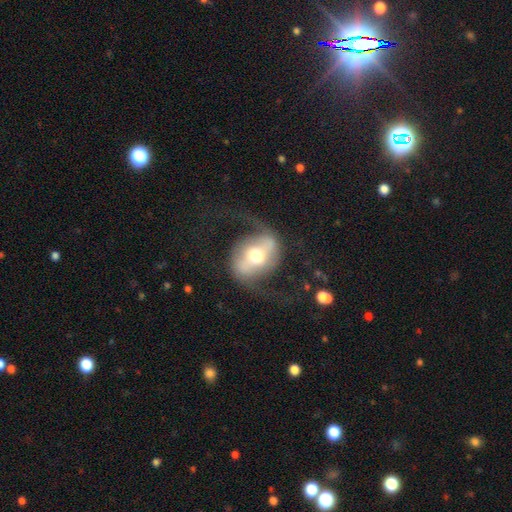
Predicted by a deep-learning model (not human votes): smooth_or_featured: featured or disk (p=0.80) [alt: smooth p=0.14]
disk_edge_on: no (p=0.95) [alt: yes p=0.05]
bar: strong (p=0.46) [alt: weak p=0.32]
has_spiral_arms: yes (p=0.89) [alt: no p=0.11]
spiral_winding: loose (p=0.65) [alt: medium p=0.29]
spiral_arm_count: 2 (p=0.92) [alt: 1 p=0.03]
bulge_size: moderate (p=0.70) [alt: large p=0.15]
merging: none (p=0.68) [alt: major disturbance p=0.16]